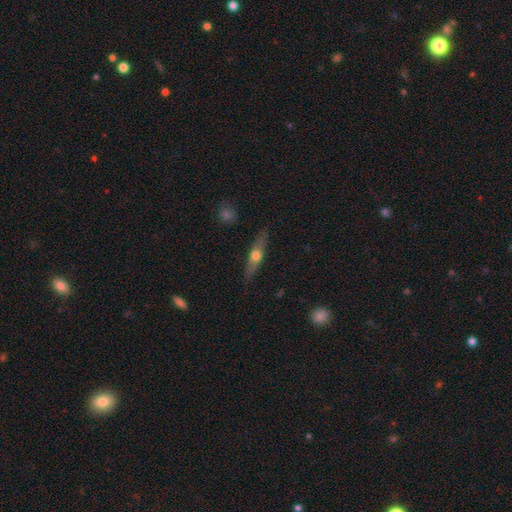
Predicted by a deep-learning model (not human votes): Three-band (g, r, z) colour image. It shows a featured or disk galaxy (54%) viewed edge-on (89%). Merging: none (87%).